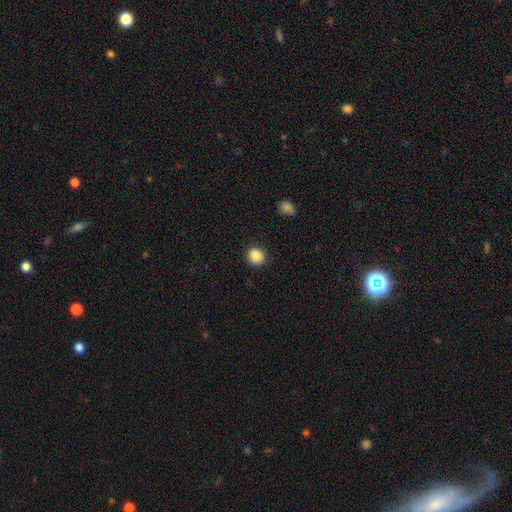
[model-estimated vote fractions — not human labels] Smooth or featured? Predicted: smooth (p=0.88). How rounded? Predicted: round (p=0.86). Merging? Predicted: none (p=0.90).